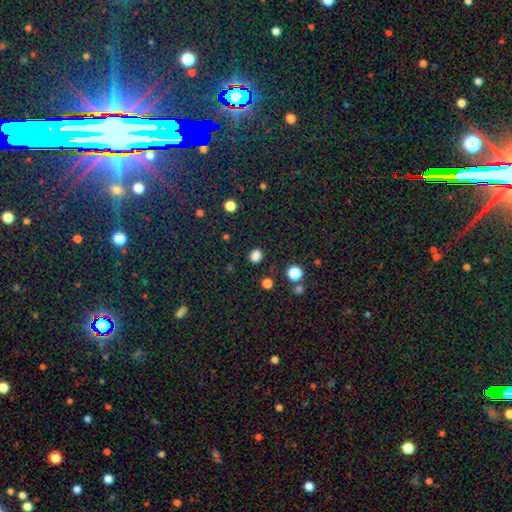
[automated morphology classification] This is clearly a smooth galaxy (81%). How rounded: likely round (65%). Merging: clearly none (86%).